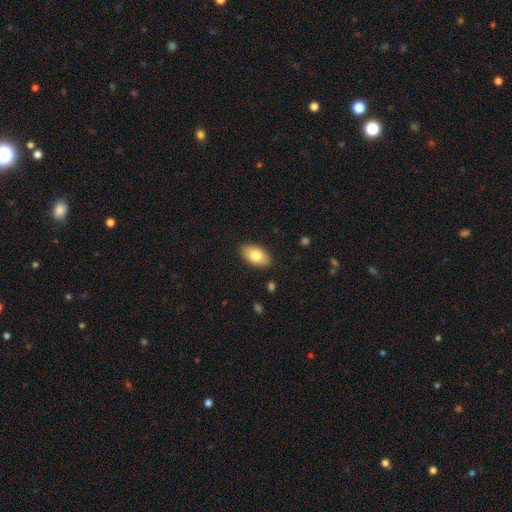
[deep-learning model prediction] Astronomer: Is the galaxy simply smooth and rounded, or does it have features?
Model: smooth — 79%.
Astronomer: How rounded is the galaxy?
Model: in between — 93%.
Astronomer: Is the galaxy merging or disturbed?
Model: none — 87%.